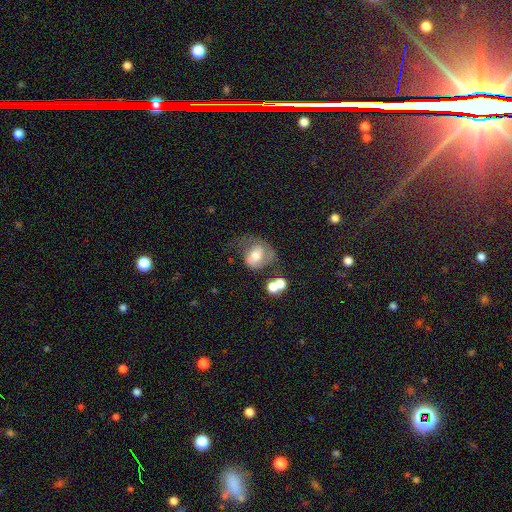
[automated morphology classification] A featured or disk galaxy (50%).

Vote fractions:
- Smooth or featured? featured or disk: 50% / smooth: 40% / star or artifact: 10%
- Edge-on disk? no: 97% / yes: 3%
- Merging? major disturbance: 37% / none: 28% / minor disturbance: 24% / merger: 10%